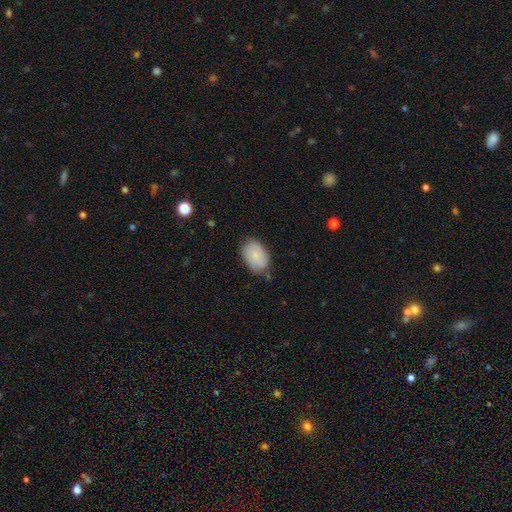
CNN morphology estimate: A smooth galaxy with no disk features (77%) that is in between round and cigar-shaped (84%).

Vote fractions:
- Smooth or featured? smooth: 77% / featured or disk: 16% / star or artifact: 7%
- How rounded? in between: 84% / round: 15% / cigar-shaped: 1%
- Merging? none: 70% / minor disturbance: 23% / major disturbance: 4% / merger: 2%